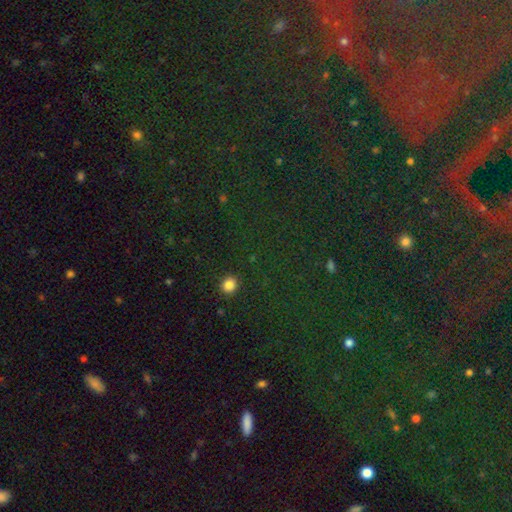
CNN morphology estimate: Smooth or featured?
  - star or artifact: 77% *
  - smooth: 15%
  - featured or disk: 8%